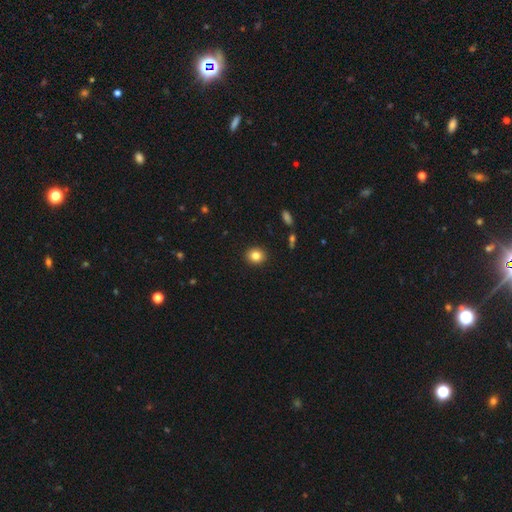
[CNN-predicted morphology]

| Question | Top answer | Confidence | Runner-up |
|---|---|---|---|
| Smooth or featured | smooth | 83% | star or artifact (10%) |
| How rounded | round | 72% | in between (27%) |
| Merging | none | 91% | minor disturbance (6%) |